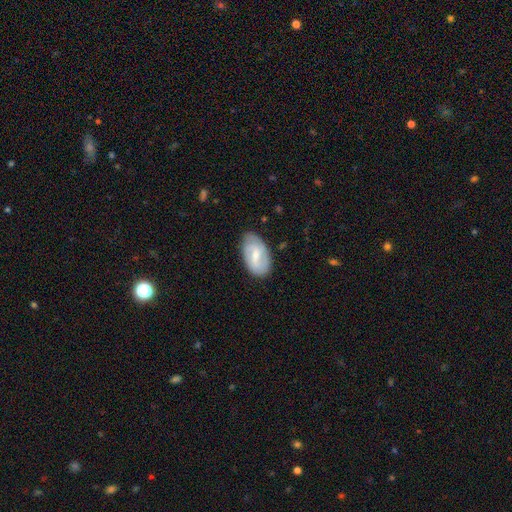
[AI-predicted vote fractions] smooth-or-featured: featured or disk: 53% | smooth: 41% | star or artifact: 6%
  disk-edge-on: no: 95% | yes: 5%
    bar: weak: 56% | no: 24% | strong: 20%
    has-spiral-arms: yes: 78% | no: 22%
    bulge-size: small: 49% | moderate: 43% | none: 5% | large: 2% | dominant: 1%
  merging: none: 76% | minor disturbance: 19% | major disturbance: 4% | merger: 1%